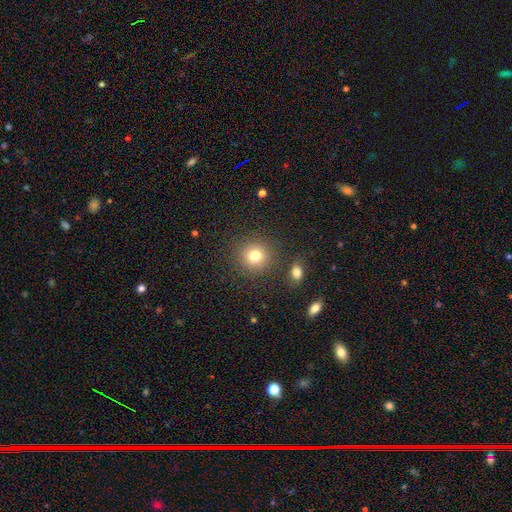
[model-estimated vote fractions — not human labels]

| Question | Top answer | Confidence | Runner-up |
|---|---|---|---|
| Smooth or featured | smooth | 74% | star or artifact (18%) |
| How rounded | round | 93% | in between (6%) |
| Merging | none | 88% | minor disturbance (6%) |